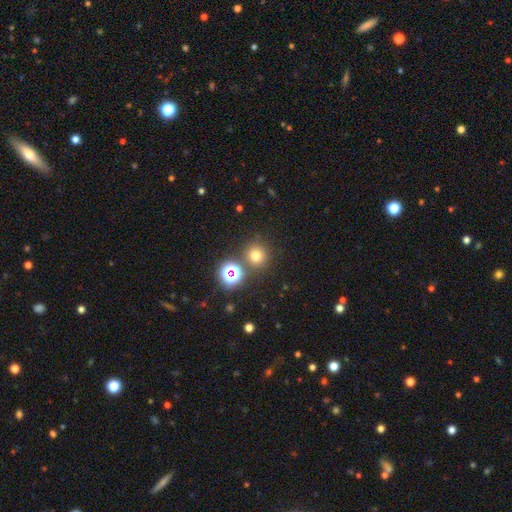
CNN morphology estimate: Smooth or featured? smooth (69%)
How rounded? round (93%)
Merging? none (81%)